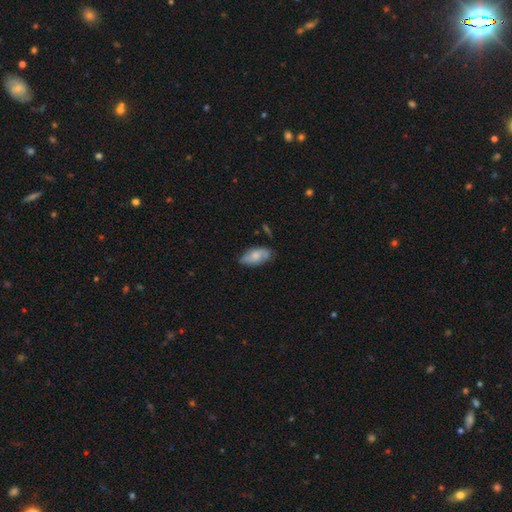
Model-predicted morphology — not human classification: type=smooth (58%); roundness=in between (91%); merging=none (72%).